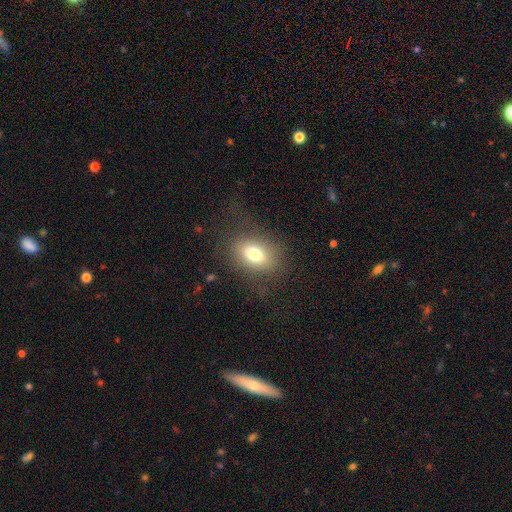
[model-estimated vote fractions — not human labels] Morphology: type=smooth (74%); roundness=in between (75%); merging=none (75%).